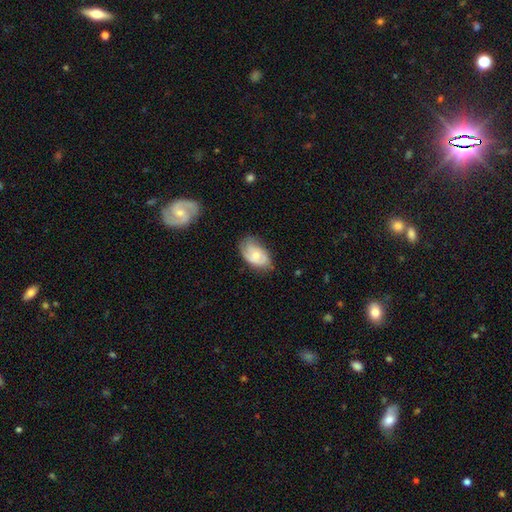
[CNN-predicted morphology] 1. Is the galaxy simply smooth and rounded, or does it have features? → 57% smooth, 36% featured or disk, 7% star or artifact.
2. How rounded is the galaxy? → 91% in between, 8% round, 2% cigar-shaped.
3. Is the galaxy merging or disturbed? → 60% none, 30% minor disturbance, 8% major disturbance, 2% merger.